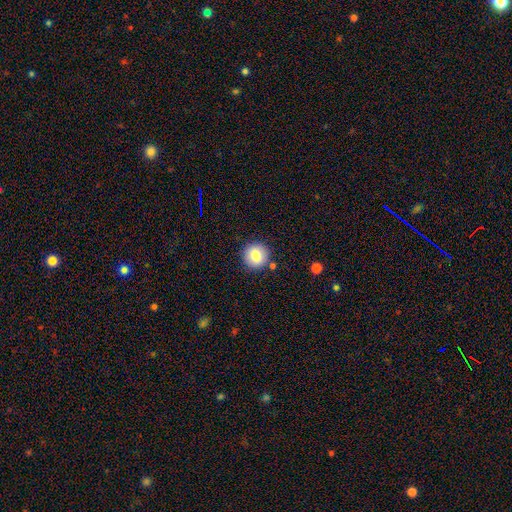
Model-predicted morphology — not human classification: Overall: smooth (82%). How rounded: round (94%). Merging: none (86%).